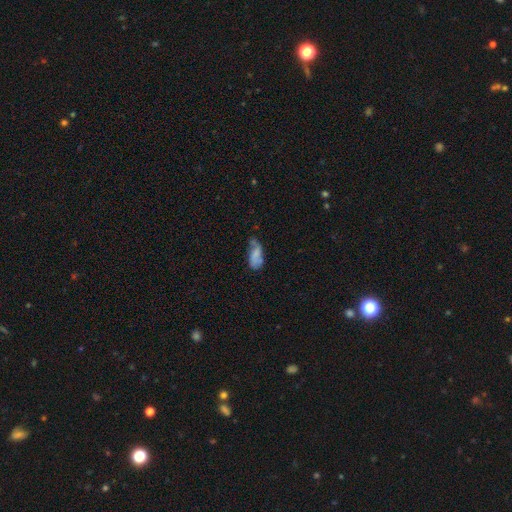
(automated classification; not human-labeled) Overall: smooth (61%; featured or disk 29%). How rounded: in between (87%). Merging: none (38%; minor disturbance 35%).